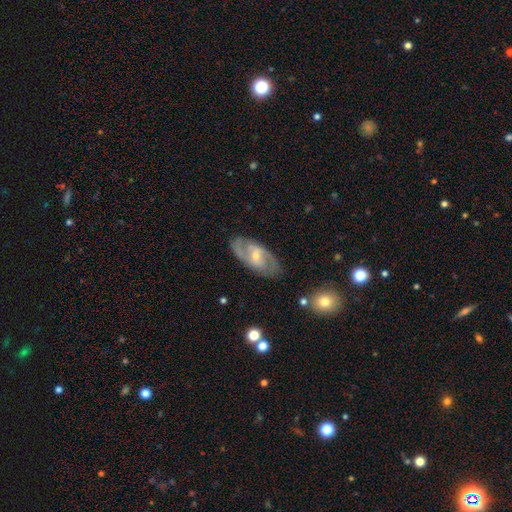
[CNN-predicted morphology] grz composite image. It shows a featured or disk galaxy (81%) with a weak bar (48%), 2 (81%) medium (51%) spiral arms (91%) and a small central bulge (61%). Merging: none (80%).